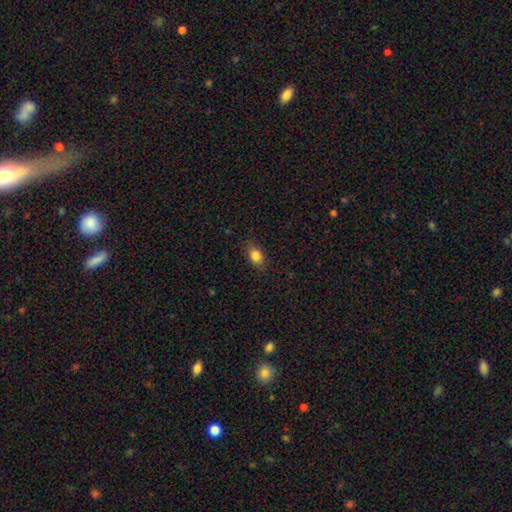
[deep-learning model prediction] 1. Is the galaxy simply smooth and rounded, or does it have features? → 84% smooth, 9% star or artifact, 7% featured or disk.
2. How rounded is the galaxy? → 74% in between, 24% round, 2% cigar-shaped.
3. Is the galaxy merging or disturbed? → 83% none, 13% minor disturbance, 3% major disturbance, 1% merger.